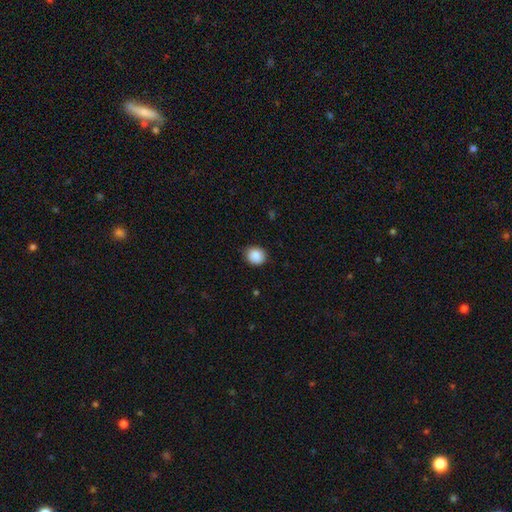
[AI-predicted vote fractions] Smooth or featured? Predicted: smooth (p=0.89). How rounded? Predicted: round (p=0.80). Merging? Predicted: none (p=0.87).